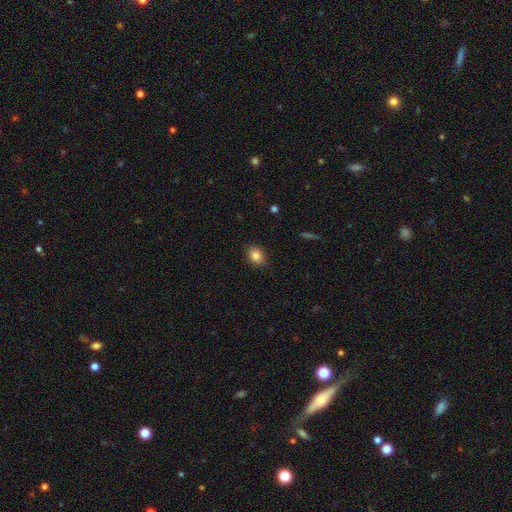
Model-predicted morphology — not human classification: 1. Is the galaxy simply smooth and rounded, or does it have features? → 85% smooth, 9% star or artifact, 6% featured or disk.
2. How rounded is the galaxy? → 58% in between, 41% round, 1% cigar-shaped.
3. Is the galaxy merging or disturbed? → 85% none, 12% minor disturbance, 2% major disturbance, 1% merger.